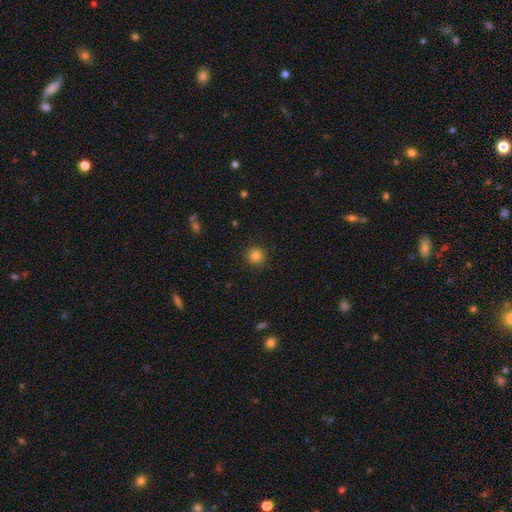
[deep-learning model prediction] Morphology: type=smooth (84%); roundness=round (94%); merging=none (91%).